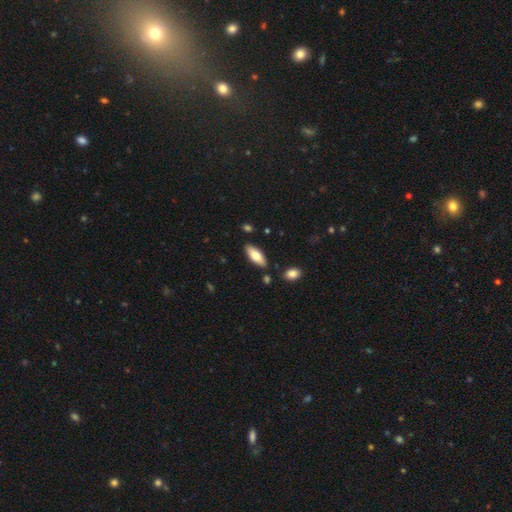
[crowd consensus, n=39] This is likely a smooth galaxy (79%). How rounded: clearly in between (81%). Merging: clearly none (86%).